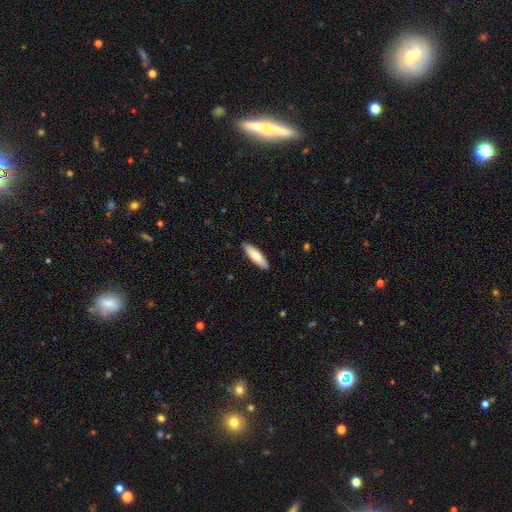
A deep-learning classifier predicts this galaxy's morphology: smooth 75%, featured or disk 20%, star or artifact 5%. Down the decision tree: how rounded — cigar-shaped (60%); merging — none (89%).